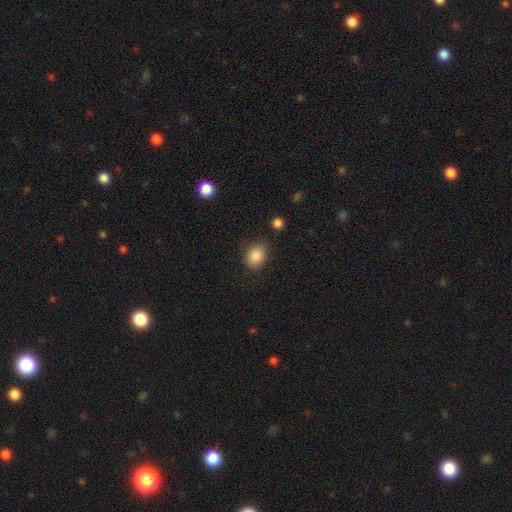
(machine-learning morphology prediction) A smooth galaxy with no disk features (86%) that is in between round and cigar-shaped (56%). Merging: none (75%).